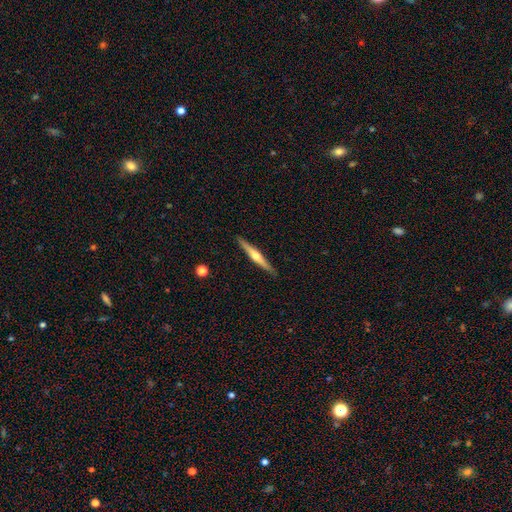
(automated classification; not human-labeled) A featured or disk galaxy (66%) viewed edge-on (98%) with a rounded central bulge (86%).

Vote fractions:
- Smooth or featured? featured or disk: 66% / smooth: 28% / star or artifact: 5%
- Edge-on disk? yes: 98% / no: 2%
- Edge-on bulge? rounded: 86% / none: 9% / boxy: 4%
- Merging? none: 90% / minor disturbance: 7% / major disturbance: 1% / merger: 1%